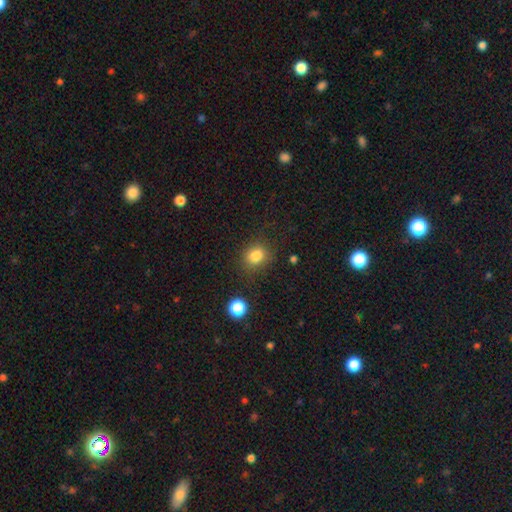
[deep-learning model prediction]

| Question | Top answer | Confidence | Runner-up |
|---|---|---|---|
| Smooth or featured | smooth | 83% | star or artifact (12%) |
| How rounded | round | 61% | in between (38%) |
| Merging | none | 79% | minor disturbance (14%) |